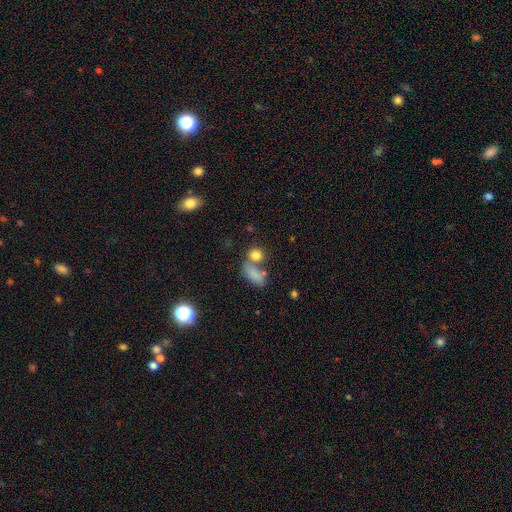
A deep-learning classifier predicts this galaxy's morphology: Smooth or featured?
  - smooth: 80% *
  - star or artifact: 11%
  - featured or disk: 8%
How rounded?
  - round: 56% *
  - in between: 40%
  - cigar-shaped: 3%
Merging?
  - none: 50% *
  - merger: 33%
  - minor disturbance: 11%
  - major disturbance: 6%